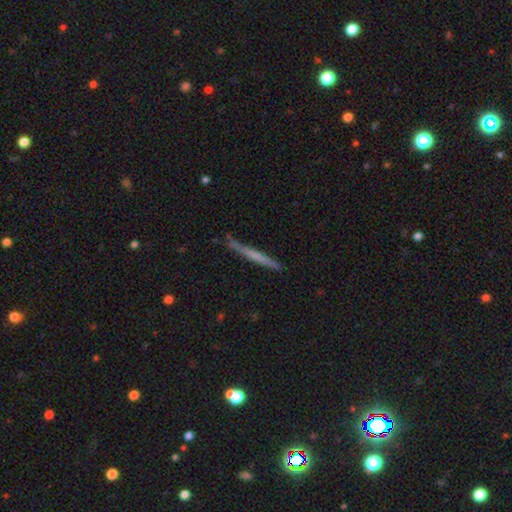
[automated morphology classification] This appears to be a featured or disk galaxy (48%). Merging: none (86%).